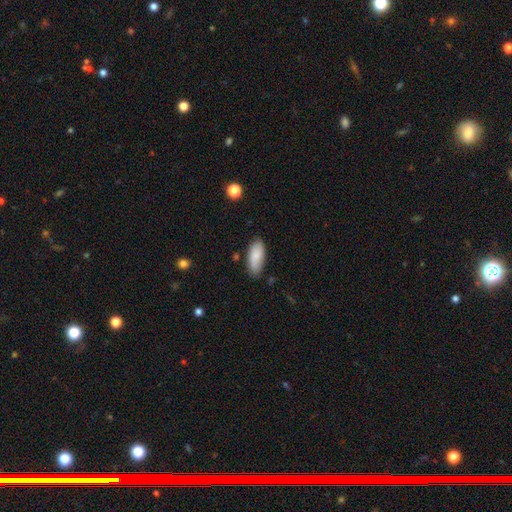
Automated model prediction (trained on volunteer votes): Smooth or featured?
  - smooth: 86% *
  - featured or disk: 8%
  - star or artifact: 6%
How rounded?
  - in between: 85% *
  - cigar-shaped: 13%
  - round: 2%
Merging?
  - none: 80% *
  - minor disturbance: 16%
  - major disturbance: 3%
  - merger: 2%